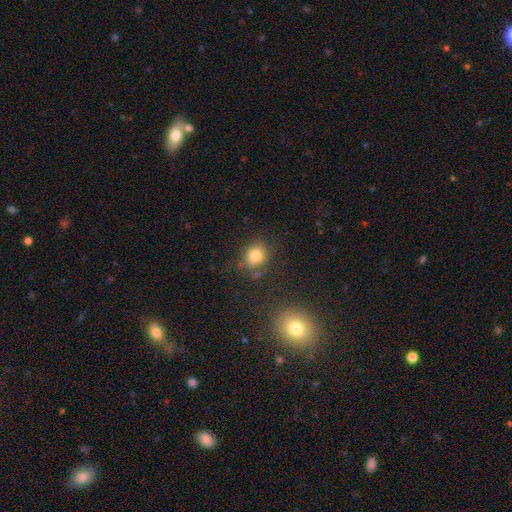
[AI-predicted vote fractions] Smooth or featured? smooth (79%)
How rounded? round (71%)
Merging? none (74%)